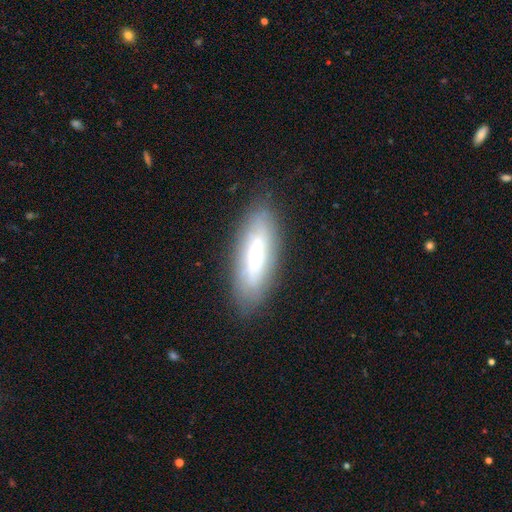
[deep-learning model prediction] Q: Smooth or featured?
A: smooth (56%); runner-up: featured or disk (36%)
Q: How rounded?
A: in between (50%); runner-up: cigar-shaped (48%)
Q: Merging?
A: none (82%); runner-up: minor disturbance (13%)